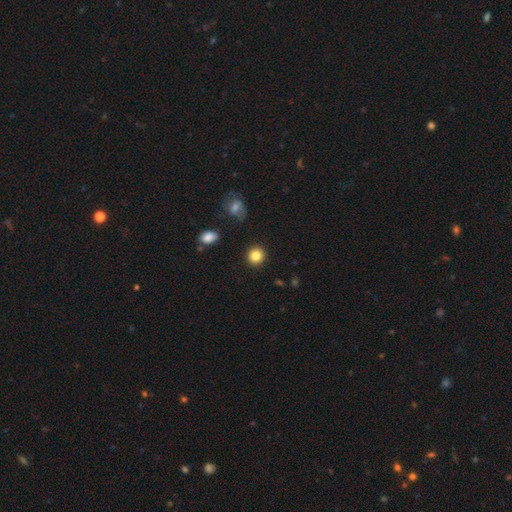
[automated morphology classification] This appears to be a smooth galaxy with no disk features (85%) that is round (91%). Merging: none (91%).